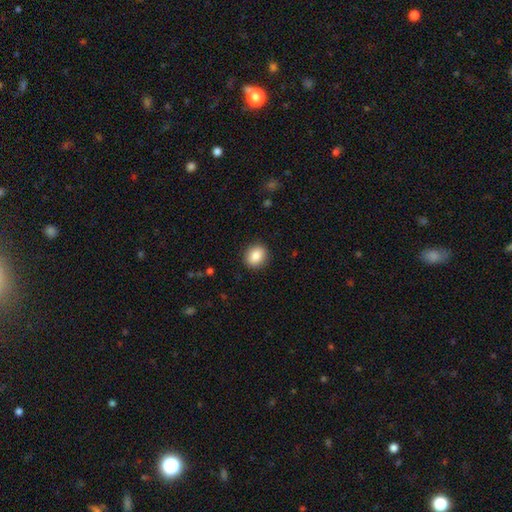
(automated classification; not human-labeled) Smooth or featured?
  - smooth: 87% *
  - star or artifact: 8%
  - featured or disk: 5%
How rounded?
  - round: 57% *
  - in between: 42%
  - cigar-shaped: 1%
Merging?
  - none: 89% *
  - minor disturbance: 7%
  - major disturbance: 2%
  - merger: 1%